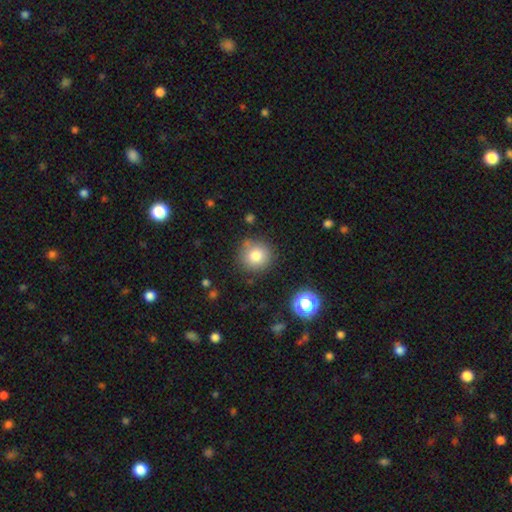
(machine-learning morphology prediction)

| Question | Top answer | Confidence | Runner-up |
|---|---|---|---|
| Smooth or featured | smooth | 78% | star or artifact (12%) |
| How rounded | round | 92% | in between (7%) |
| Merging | none | 84% | minor disturbance (10%) |